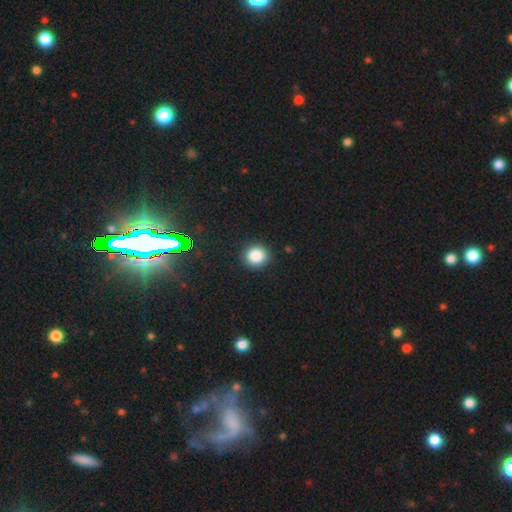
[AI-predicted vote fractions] Smooth or featured: smooth — 85% (star or artifact — 11%)
How rounded: round — 90% (in between — 9%)
Merging: none — 90% (minor disturbance — 7%)